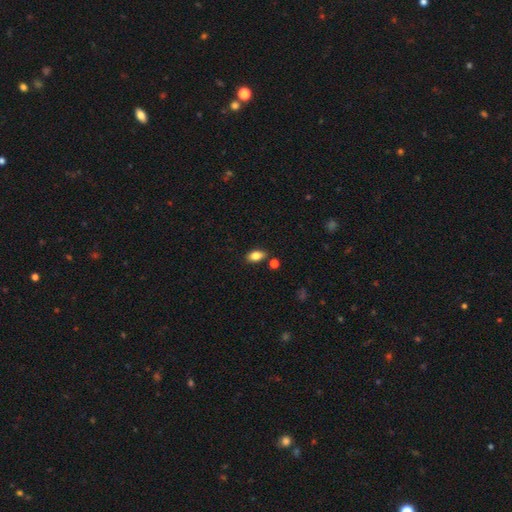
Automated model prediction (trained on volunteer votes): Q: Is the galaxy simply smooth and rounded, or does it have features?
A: smooth — 82%.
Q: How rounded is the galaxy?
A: in between — 88%.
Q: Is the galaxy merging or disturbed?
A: none — 80%.